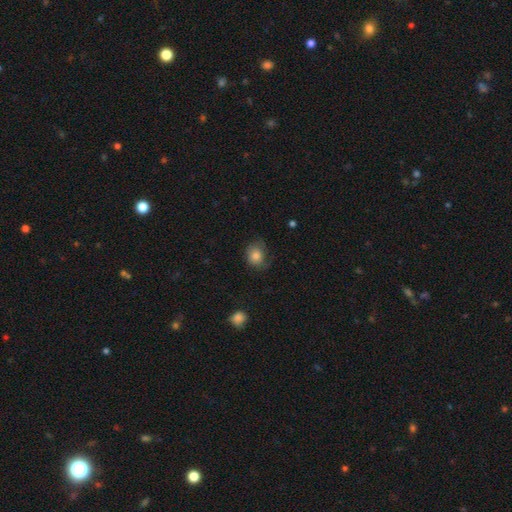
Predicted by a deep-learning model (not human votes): smooth-or-featured: smooth: 81% | featured or disk: 11% | star or artifact: 9%
  how-rounded: round: 66% | in between: 34% | cigar-shaped: 1%
  merging: none: 56% | minor disturbance: 29% | major disturbance: 13% | merger: 1%